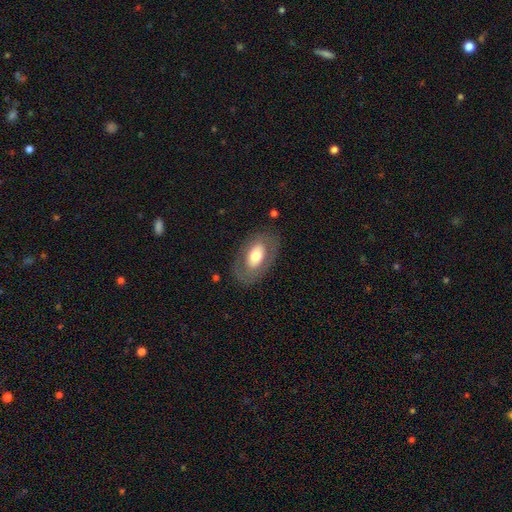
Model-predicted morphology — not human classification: Smooth or featured: smooth — 55% (featured or disk — 39%)
How rounded: in between — 91% (round — 7%)
Merging: none — 78% (minor disturbance — 13%)